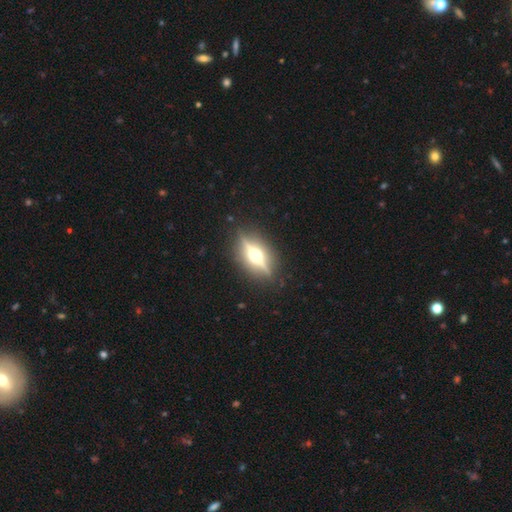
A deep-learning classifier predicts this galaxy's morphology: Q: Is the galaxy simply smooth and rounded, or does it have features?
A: featured or disk — 79%.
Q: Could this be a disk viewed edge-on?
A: yes — 94%.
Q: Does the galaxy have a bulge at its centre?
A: rounded — 96%.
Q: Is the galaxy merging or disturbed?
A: none — 88%.